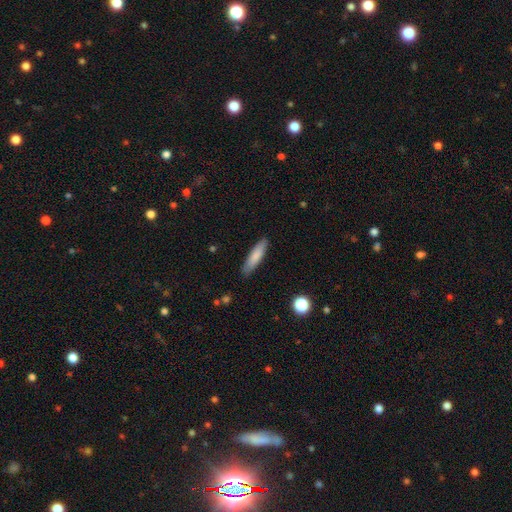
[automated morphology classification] Smooth or featured? Predicted: smooth (p=0.80). How rounded? Predicted: cigar-shaped (p=0.78). Merging? Predicted: none (p=0.87).